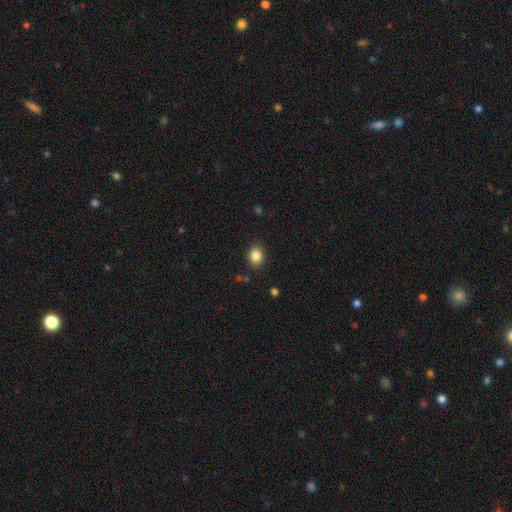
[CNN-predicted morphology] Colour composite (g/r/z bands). It shows a smooth galaxy with no disk features (85%) that is round (51%). Merging: none (87%).